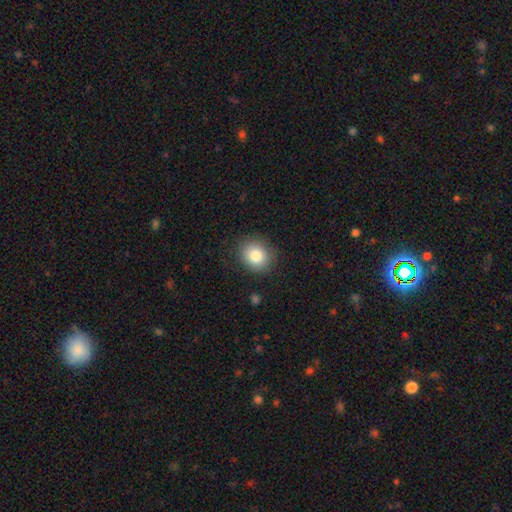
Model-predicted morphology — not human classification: Q: Smooth or featured?
A: smooth (83%); runner-up: star or artifact (9%)
Q: How rounded?
A: round (75%); runner-up: in between (24%)
Q: Merging?
A: none (86%); runner-up: minor disturbance (10%)